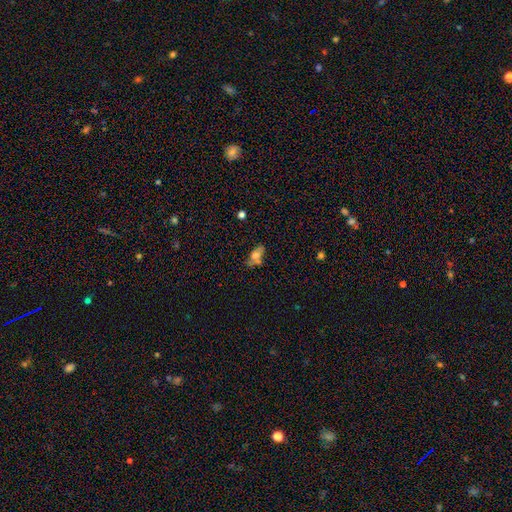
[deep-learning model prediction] This is possibly a smooth galaxy (57%). How rounded: likely in between (78%). Merging: marginally none (43%).